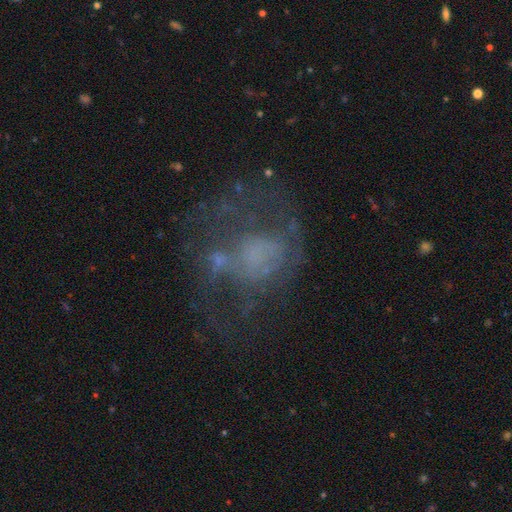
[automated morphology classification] The model was most divided on "merging": none: 42%, major disturbance: 35%, minor disturbance: 17%, merger: 7%. More confident: edge-on disk — no (97%); bar — no (86%); spiral arms — no (66%); smooth or featured — featured or disk (57%); bulge size — none (52%).